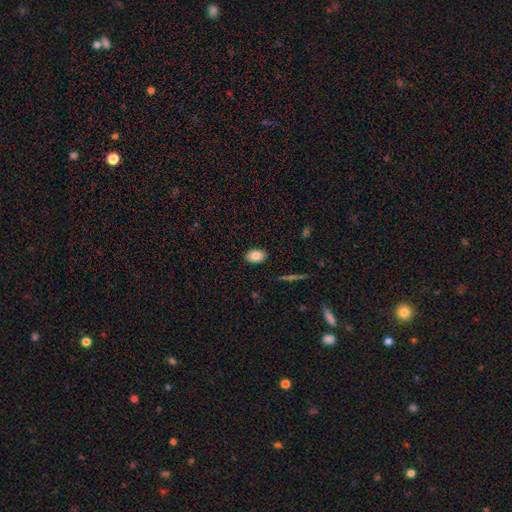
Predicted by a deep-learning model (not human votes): This is clearly a smooth galaxy (85%). How rounded: clearly in between (87%). Merging: clearly none (88%).